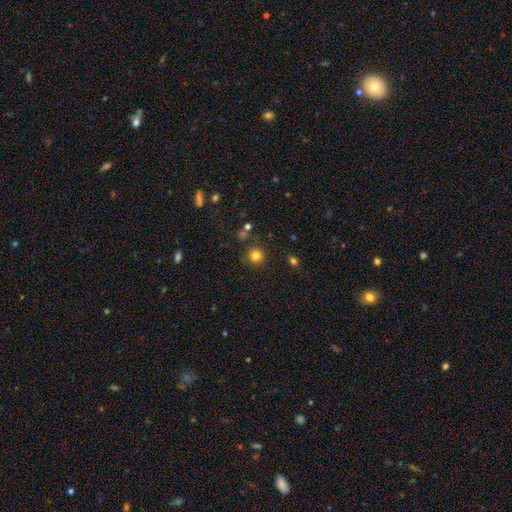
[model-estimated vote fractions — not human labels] Smooth or featured: smooth — 80% (star or artifact — 14%)
How rounded: round — 94% (in between — 5%)
Merging: none — 84% (minor disturbance — 9%)